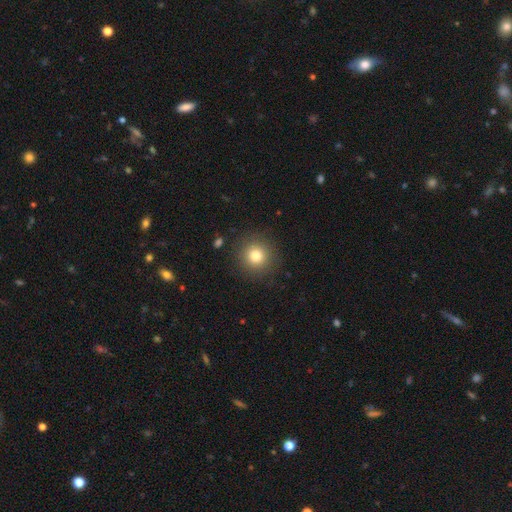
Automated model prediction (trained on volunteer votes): This is likely a smooth galaxy (79%). How rounded: clearly round (94%). Merging: clearly none (89%).